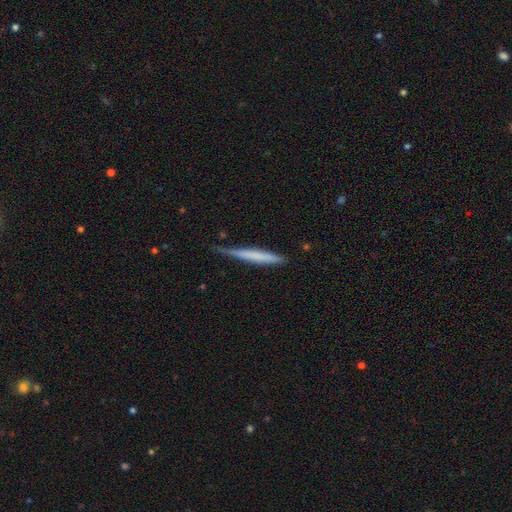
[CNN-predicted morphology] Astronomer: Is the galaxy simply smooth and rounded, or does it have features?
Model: smooth — 57% (runner-up: featured or disk, 37%).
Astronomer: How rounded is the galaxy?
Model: cigar-shaped — 96%.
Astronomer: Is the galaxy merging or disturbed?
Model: none — 72%.